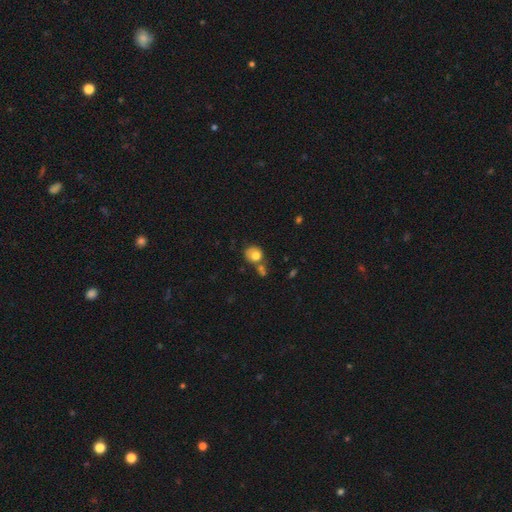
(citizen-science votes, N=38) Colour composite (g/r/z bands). It shows a smooth galaxy with no disk features (71%) that is round (85%). Merging: none (33%).